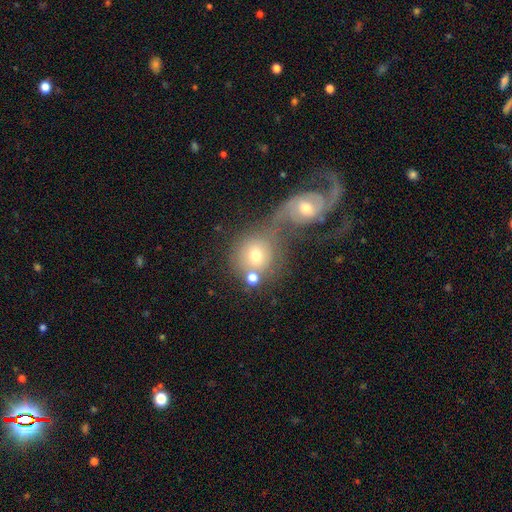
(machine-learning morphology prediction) Smooth or featured?
  - smooth: 57% *
  - featured or disk: 32%
  - star or artifact: 11%
How rounded?
  - round: 78% *
  - in between: 21%
  - cigar-shaped: 1%
Merging?
  - merger: 58% *
  - none: 27%
  - minor disturbance: 8%
  - major disturbance: 7%